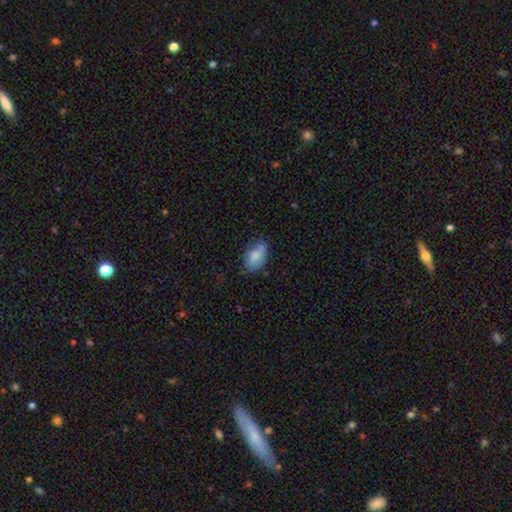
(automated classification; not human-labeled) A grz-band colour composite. It shows a smooth galaxy with no disk features (81%) that is in between round and cigar-shaped (92%). Merging: none (60%).